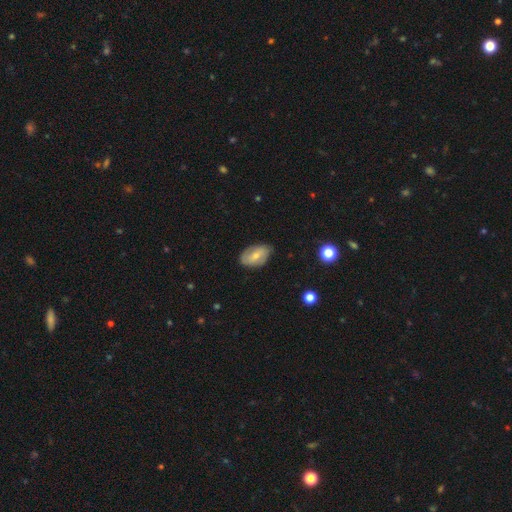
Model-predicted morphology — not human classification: smooth_or_featured: smooth (p=0.56) [alt: featured or disk p=0.37]
how_rounded: in between (p=0.91) [alt: round p=0.08]
merging: none (p=0.75) [alt: minor disturbance p=0.20]